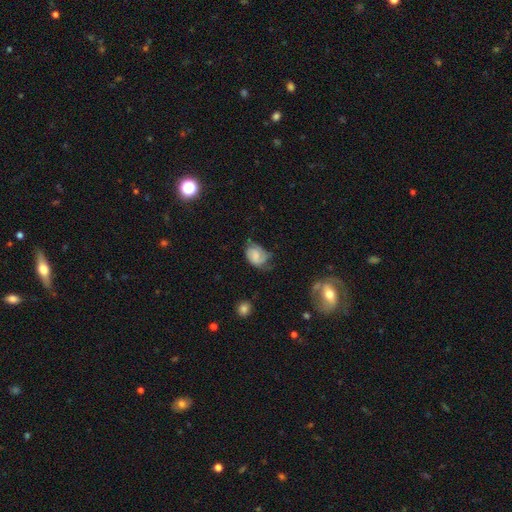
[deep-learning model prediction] Smooth or featured?
  - smooth: 47% *
  - featured or disk: 44%
  - star or artifact: 9%
Merging?
  - none: 43% *
  - minor disturbance: 35%
  - major disturbance: 20%
  - merger: 2%